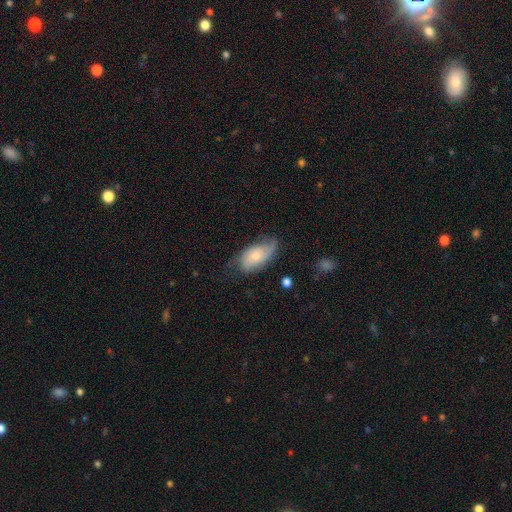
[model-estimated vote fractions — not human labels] Morphology: type=smooth (56%); roundness=in between (92%); merging=none (52%).